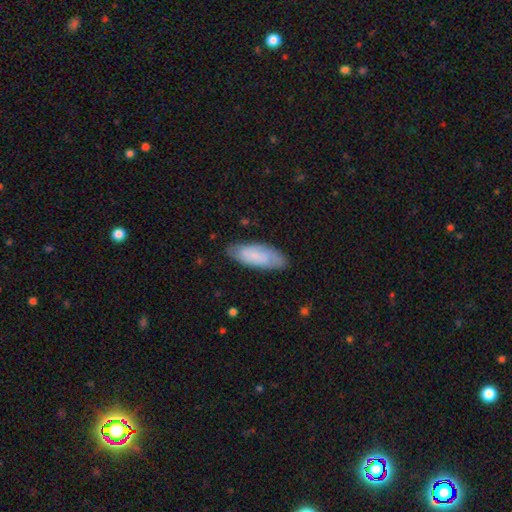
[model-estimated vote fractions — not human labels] Q: Smooth or featured?
A: smooth (66%); runner-up: featured or disk (28%)
Q: How rounded?
A: in between (74%); runner-up: cigar-shaped (24%)
Q: Merging?
A: none (78%); runner-up: minor disturbance (17%)